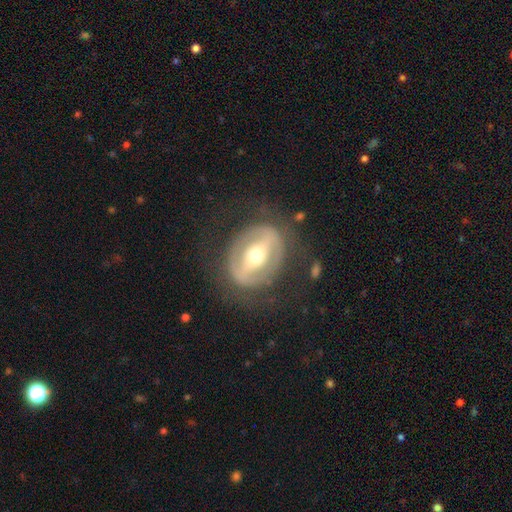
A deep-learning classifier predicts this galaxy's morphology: This appears to be a featured or disk galaxy (74%) with a strong bar (64%), no spiral arms (66%) and a moderate central bulge (66%). Merging: none (74%).